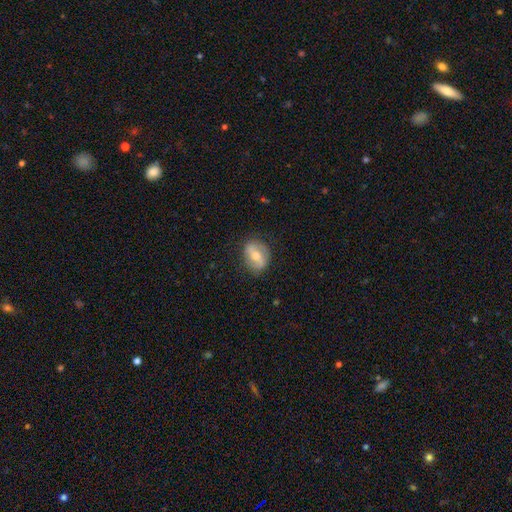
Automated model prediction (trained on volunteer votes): Smooth or featured? featured or disk (47%)
Merging? none (79%)